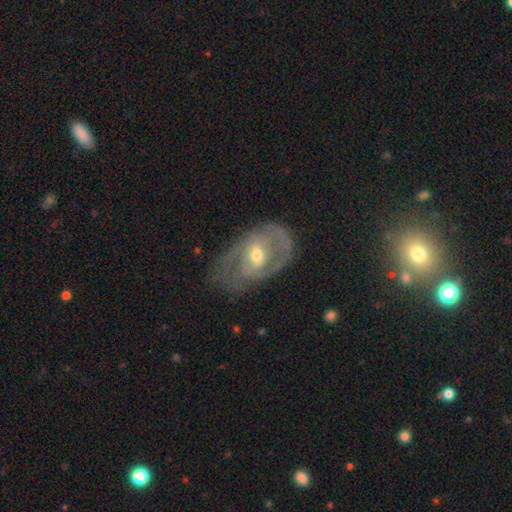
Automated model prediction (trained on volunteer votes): featured or disk 82%, smooth 11%, star or artifact 7%. Down the decision tree: edge-on disk — no (95%); bar — weak (44%); spiral arms — yes (83%); spiral arm count — 2 (53%); spiral winding — tight (51%); bulge size — moderate (64%); merging — none (60%).